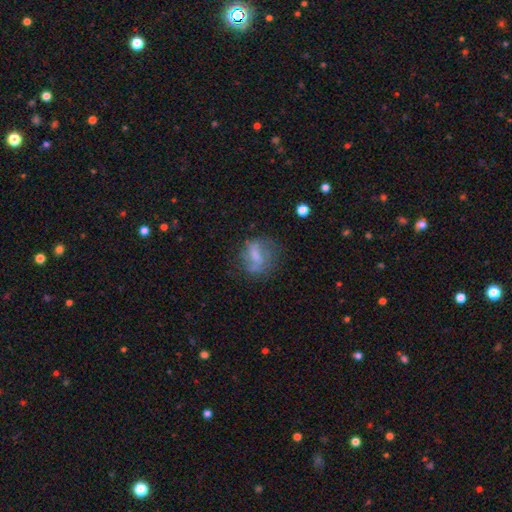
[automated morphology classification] This appears to be a featured or disk galaxy (47%). Merging: none (54%).